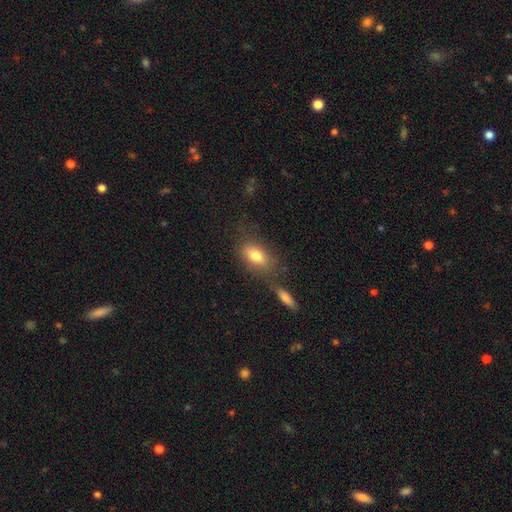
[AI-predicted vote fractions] Q: Smooth or featured?
A: smooth (78%); runner-up: featured or disk (13%)
Q: How rounded?
A: in between (84%); runner-up: round (10%)
Q: Merging?
A: none (61%); runner-up: merger (16%)